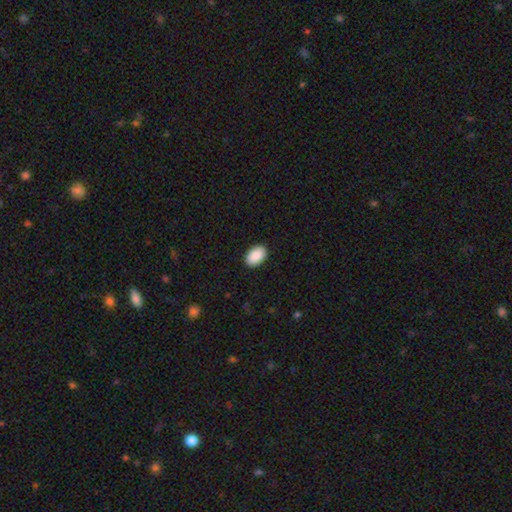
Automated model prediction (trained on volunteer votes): The model was most divided on "smooth or featured": smooth: 91%, star or artifact: 6%, featured or disk: 3%. More confident: how rounded — in between (92%); merging — none (91%).